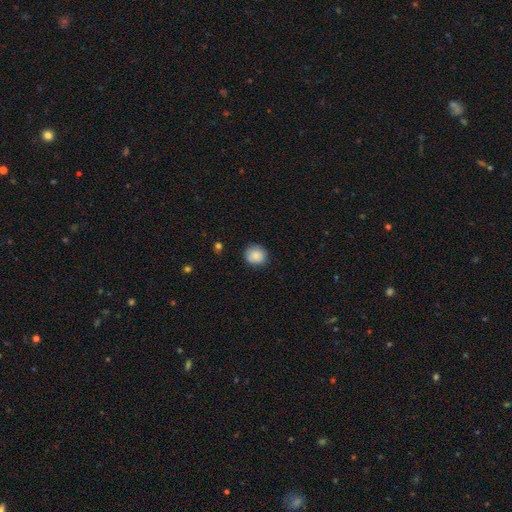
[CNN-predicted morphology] smooth 86%, star or artifact 8%, featured or disk 6%. Down the decision tree: how rounded — round (86%); merging — none (84%).